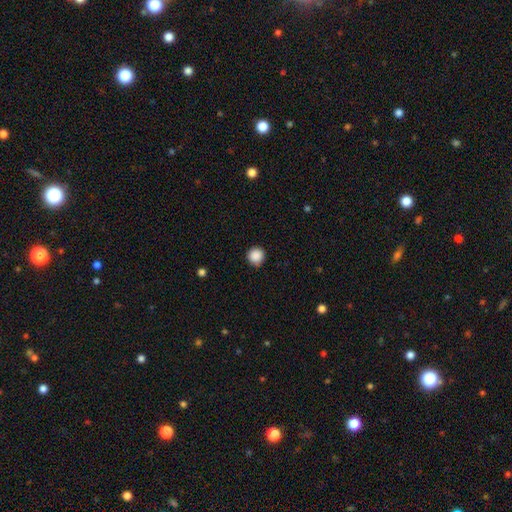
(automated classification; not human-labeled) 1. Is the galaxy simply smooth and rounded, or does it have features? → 88% smooth, 9% star or artifact, 2% featured or disk.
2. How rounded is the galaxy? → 94% round, 5% in between, 1% cigar-shaped.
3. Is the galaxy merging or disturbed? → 87% none, 10% minor disturbance, 2% major disturbance, 1% merger.